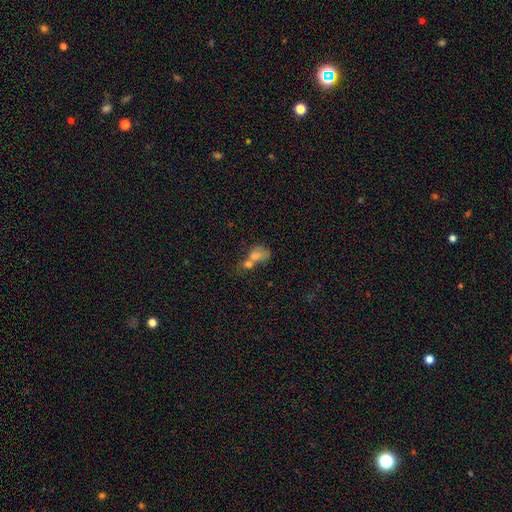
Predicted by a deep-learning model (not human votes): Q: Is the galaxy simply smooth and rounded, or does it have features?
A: smooth — 66%.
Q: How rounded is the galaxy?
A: in between — 59%.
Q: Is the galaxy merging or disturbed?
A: merger — 61%.